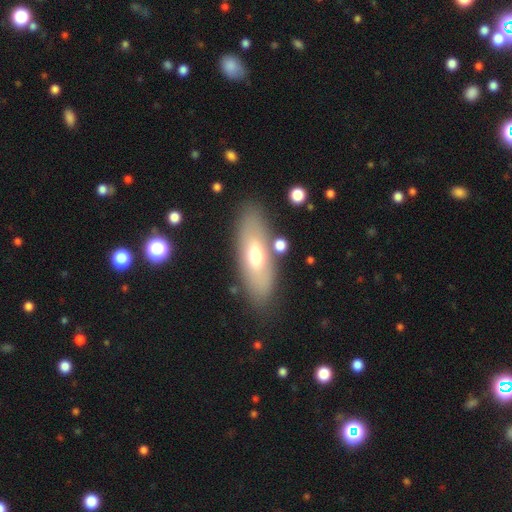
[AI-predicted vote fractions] A smooth galaxy with no disk features (58%) that is in between round and cigar-shaped (67%).

Vote fractions:
- Smooth or featured? smooth: 58% / featured or disk: 35% / star or artifact: 8%
- How rounded? in between: 67% / cigar-shaped: 30% / round: 3%
- Merging? none: 80% / minor disturbance: 11% / merger: 4% / major disturbance: 4%